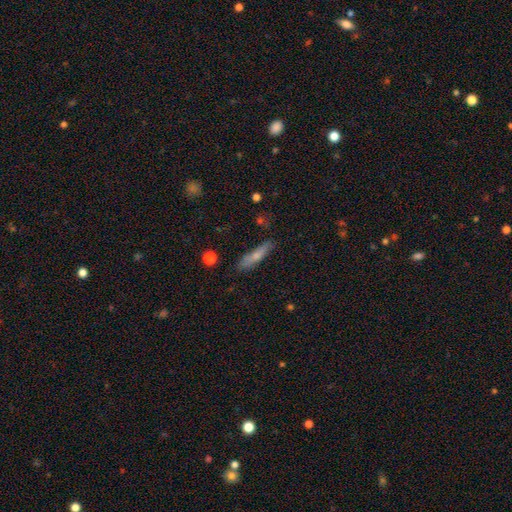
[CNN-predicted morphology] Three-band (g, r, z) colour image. It shows a smooth galaxy with no disk features (65%) that is cigar-shaped (81%). Merging: none (80%).